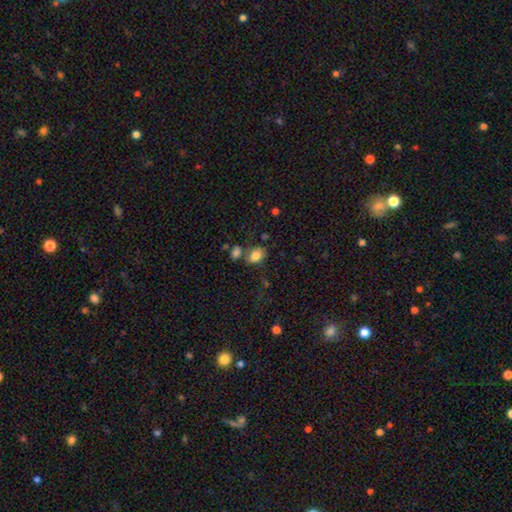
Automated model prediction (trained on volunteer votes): A smooth galaxy with no disk features (82%) that is in between round and cigar-shaped (74%). Merging: none (63%).